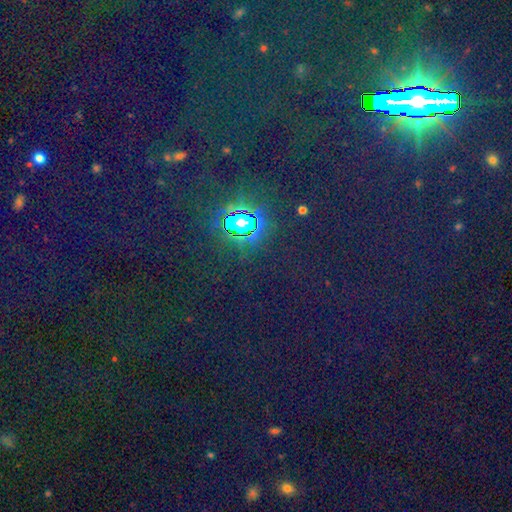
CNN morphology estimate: A star or artifact, not a galaxy (76%).